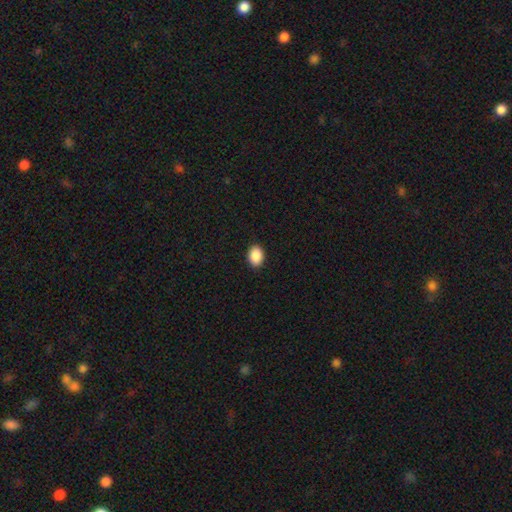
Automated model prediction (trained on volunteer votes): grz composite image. It shows a smooth galaxy with no disk features (90%) that is in between round and cigar-shaped (78%). Merging: none (91%).